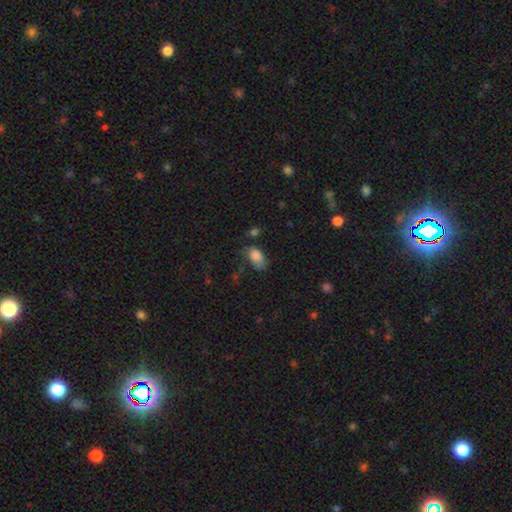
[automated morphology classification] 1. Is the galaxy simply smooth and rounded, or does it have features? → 83% smooth, 9% star or artifact, 8% featured or disk.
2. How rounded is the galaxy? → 88% in between, 11% round, 2% cigar-shaped.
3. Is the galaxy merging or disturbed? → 41% none, 34% minor disturbance, 19% major disturbance, 6% merger.